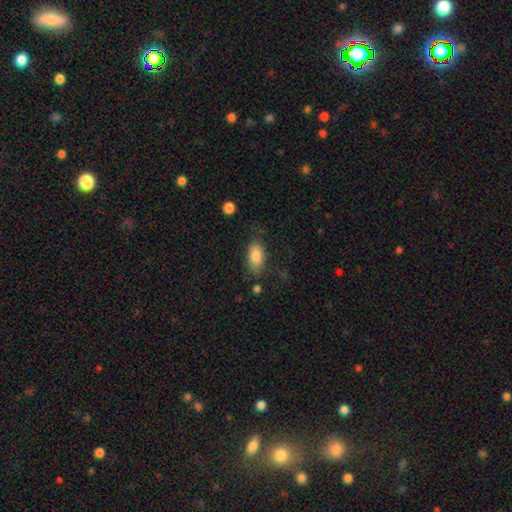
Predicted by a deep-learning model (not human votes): smooth_or_featured: smooth (p=0.84) [alt: featured or disk p=0.09]
how_rounded: in between (p=0.90) [alt: cigar-shaped p=0.06]
merging: none (p=0.73) [alt: minor disturbance p=0.18]